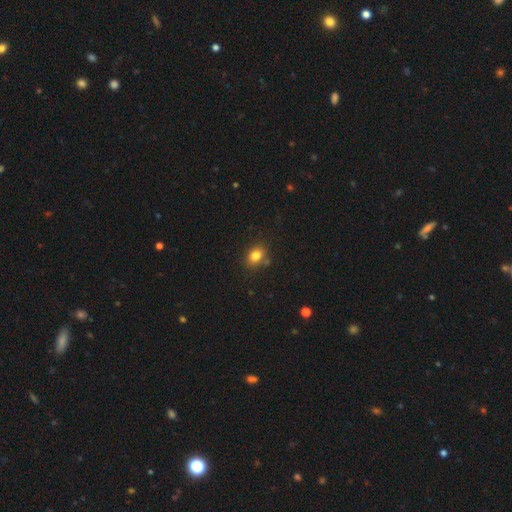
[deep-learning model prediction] A smooth galaxy with no disk features (82%) that is in between round and cigar-shaped (57%).

Vote fractions:
- Smooth or featured? smooth: 82% / star or artifact: 11% / featured or disk: 7%
- How rounded? in between: 57% / round: 42% / cigar-shaped: 1%
- Merging? none: 79% / minor disturbance: 13% / merger: 5% / major disturbance: 3%